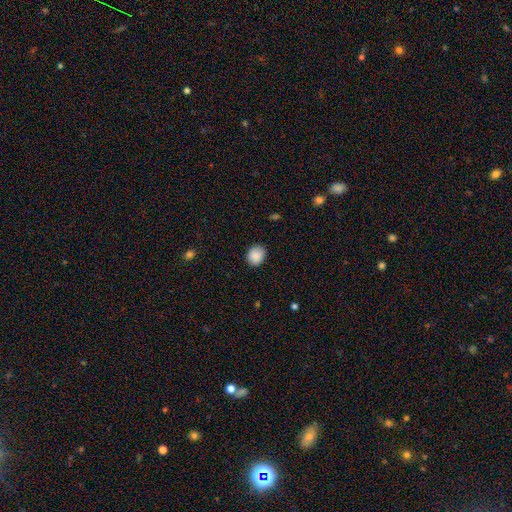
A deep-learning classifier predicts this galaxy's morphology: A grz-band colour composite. It shows a smooth galaxy with no disk features (89%) that is round (72%). Merging: none (86%).